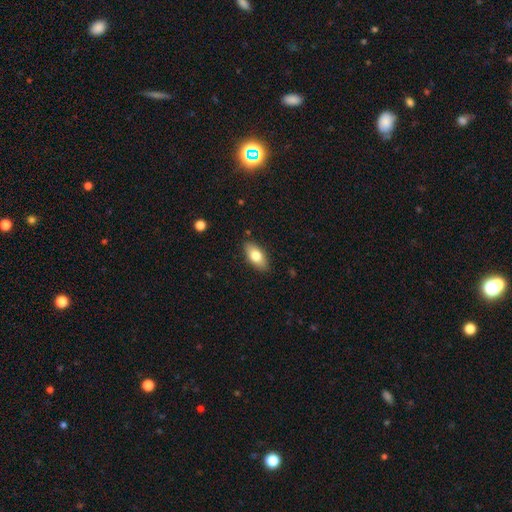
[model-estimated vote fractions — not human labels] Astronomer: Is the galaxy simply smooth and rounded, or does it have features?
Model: smooth — 76%.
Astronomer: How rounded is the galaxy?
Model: in between — 88%.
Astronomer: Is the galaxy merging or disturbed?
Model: none — 87%.